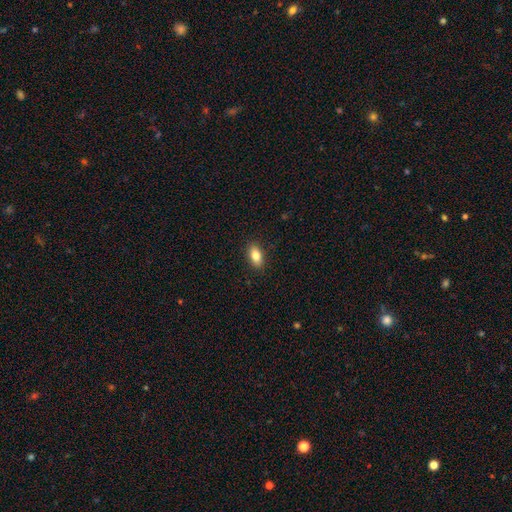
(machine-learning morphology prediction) Smooth or featured: smooth — 82% (featured or disk — 10%)
How rounded: in between — 87% (cigar-shaped — 7%)
Merging: none — 89% (minor disturbance — 8%)